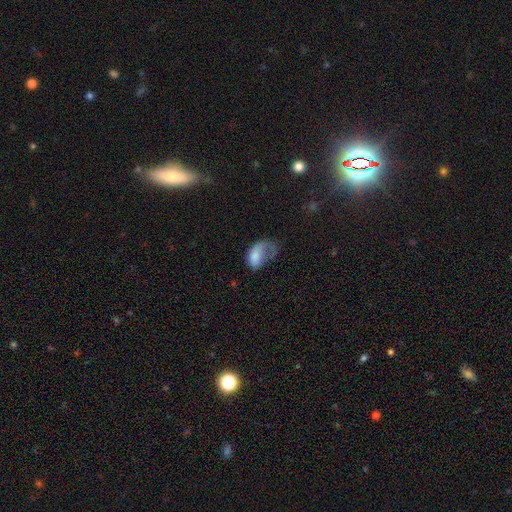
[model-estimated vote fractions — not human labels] This appears to be a smooth galaxy with no disk features (67%) that is in between round and cigar-shaped (88%). Merging: major disturbance (60%).